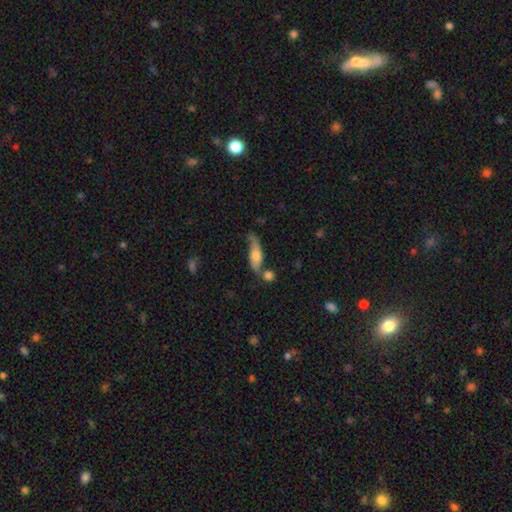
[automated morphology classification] Overall: featured or disk (48%; smooth 45%). Merging: none (50%; minor disturbance 22%).